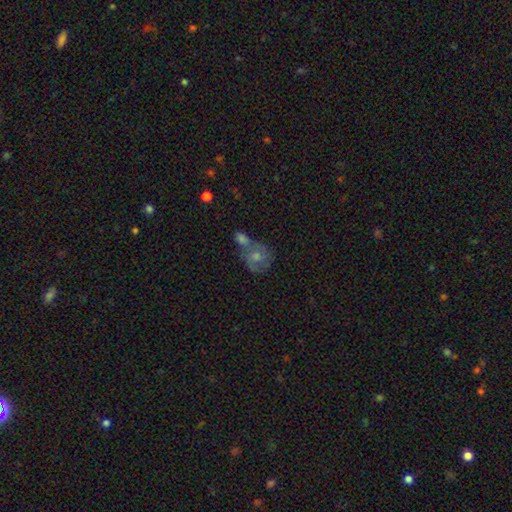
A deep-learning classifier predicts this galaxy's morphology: A smooth galaxy with no disk features (55%) that is round (71%). Merging: merger (50%).